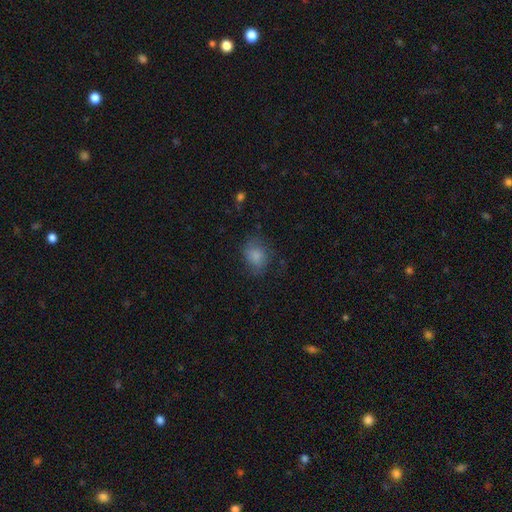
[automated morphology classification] Smooth or featured?
  - smooth: 78% *
  - featured or disk: 11%
  - star or artifact: 10%
How rounded?
  - round: 50% *
  - in between: 49%
  - cigar-shaped: 1%
Merging?
  - none: 61% *
  - minor disturbance: 25%
  - major disturbance: 13%
  - merger: 2%